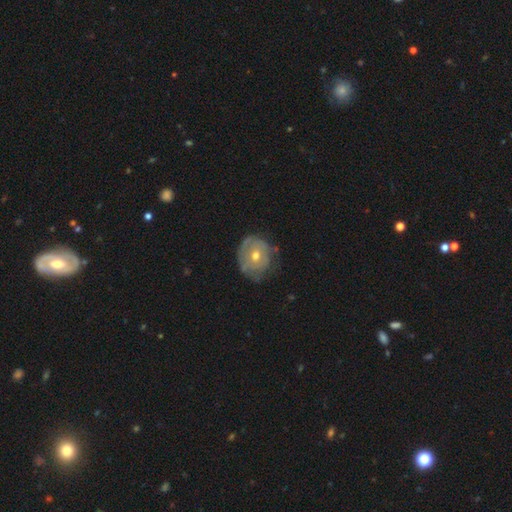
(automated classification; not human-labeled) featured or disk 55%, smooth 38%, star or artifact 7%. Down the decision tree: edge-on disk — no (96%); bar — no (83%); spiral arms — no (53%); bulge size — moderate (66%); merging — none (58%).